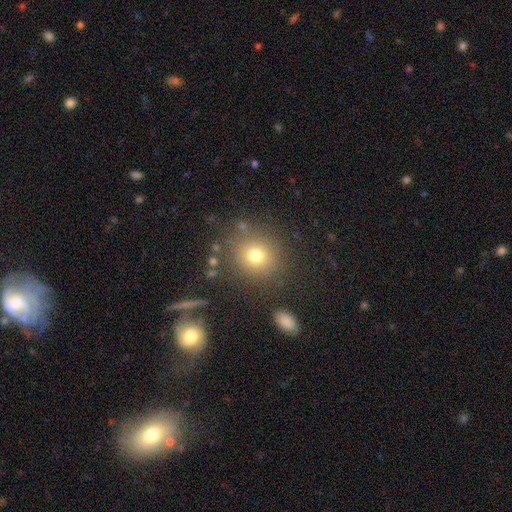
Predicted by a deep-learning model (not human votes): Overall: smooth (75%). How rounded: round (86%). Merging: none (83%).